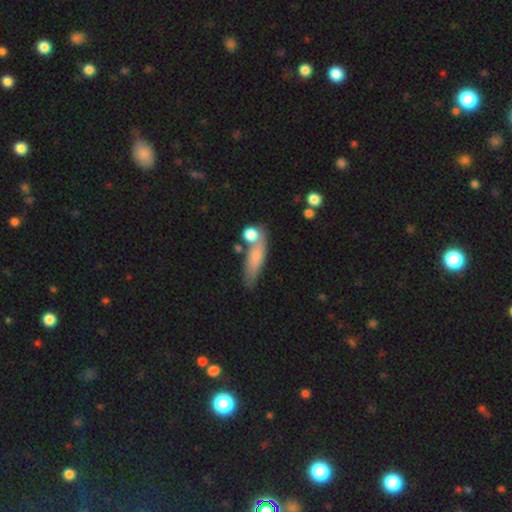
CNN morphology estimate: Smooth or featured? Predicted: smooth (p=0.71). How rounded? Predicted: cigar-shaped (p=0.54). Merging? Predicted: none (p=0.56).